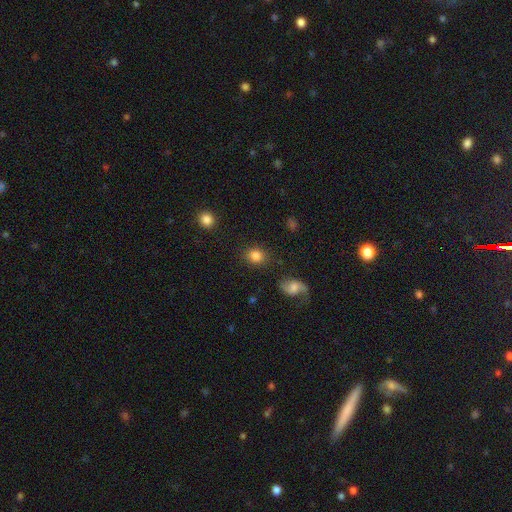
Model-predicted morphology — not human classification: smooth 83%, star or artifact 9%, featured or disk 7%. Down the decision tree: how rounded — round (63%); merging — none (83%).